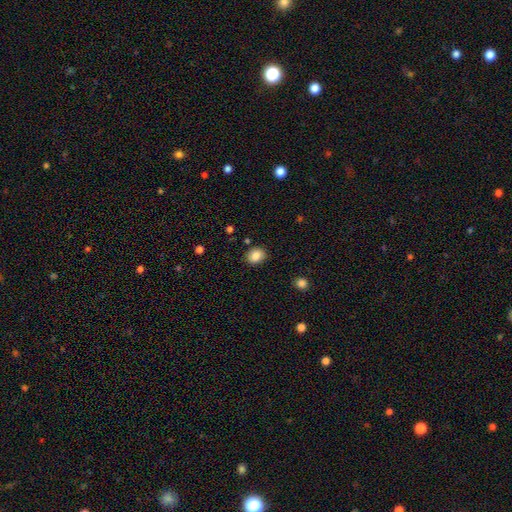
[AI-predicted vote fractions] A smooth galaxy with no disk features (86%) that is round (50%). Merging: none (85%).